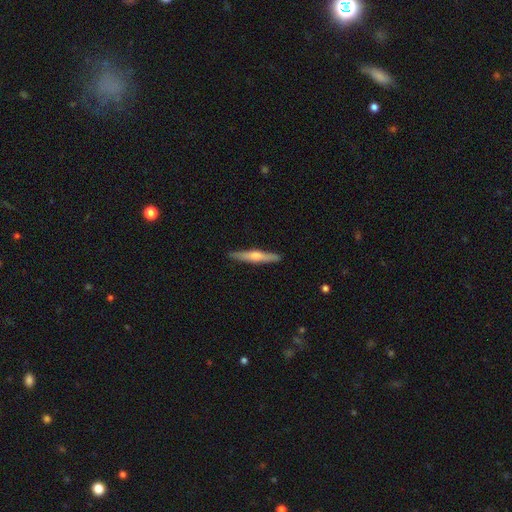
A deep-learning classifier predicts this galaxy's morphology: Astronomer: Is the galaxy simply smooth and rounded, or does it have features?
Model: featured or disk — 59% (runner-up: smooth, 35%).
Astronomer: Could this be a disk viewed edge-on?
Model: yes — 97%.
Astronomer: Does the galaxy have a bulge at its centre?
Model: rounded — 84%.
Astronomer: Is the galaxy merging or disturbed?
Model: none — 91%.